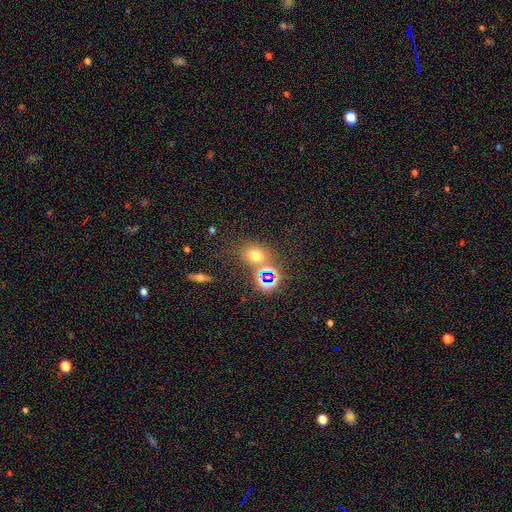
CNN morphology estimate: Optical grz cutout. It shows a smooth galaxy with no disk features (59%) that is round (61%). Merging: none (66%).